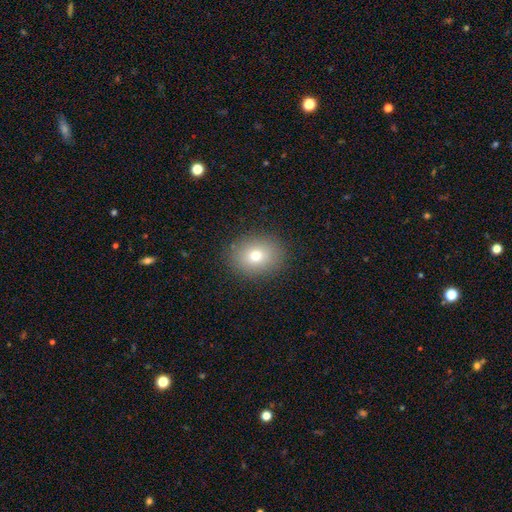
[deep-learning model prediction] A smooth galaxy with no disk features (74%) that is round (55%). Merging: none (88%).